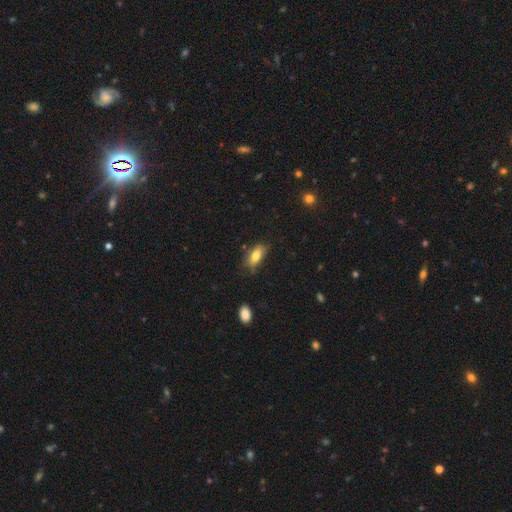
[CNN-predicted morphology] smooth_or_featured: smooth (p=0.80) [alt: featured or disk p=0.13]
how_rounded: in between (p=0.83) [alt: cigar-shaped p=0.13]
merging: none (p=0.69) [alt: minor disturbance p=0.23]